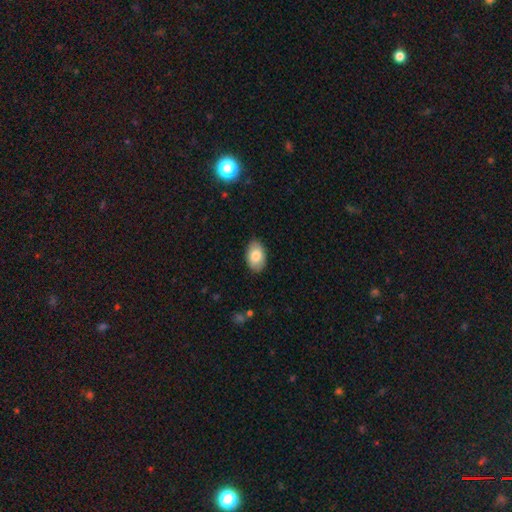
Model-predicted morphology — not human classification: smooth-or-featured: smooth: 83% | featured or disk: 11% | star or artifact: 6%
  how-rounded: in between: 92% | round: 7% | cigar-shaped: 1%
  merging: none: 88% | minor disturbance: 10% | major disturbance: 2% | merger: 1%